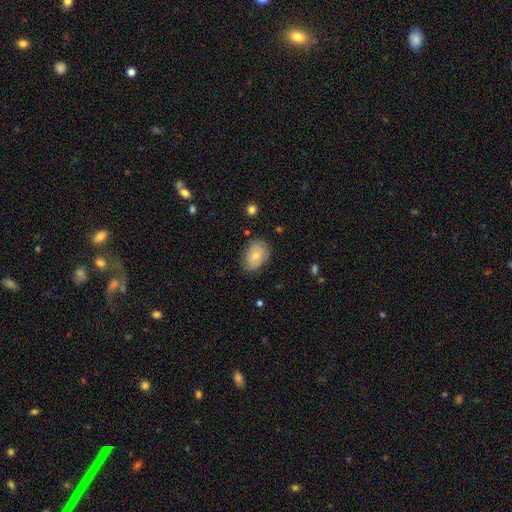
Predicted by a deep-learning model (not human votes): Morphology: type=smooth (66%); roundness=in between (79%); merging=none (69%).